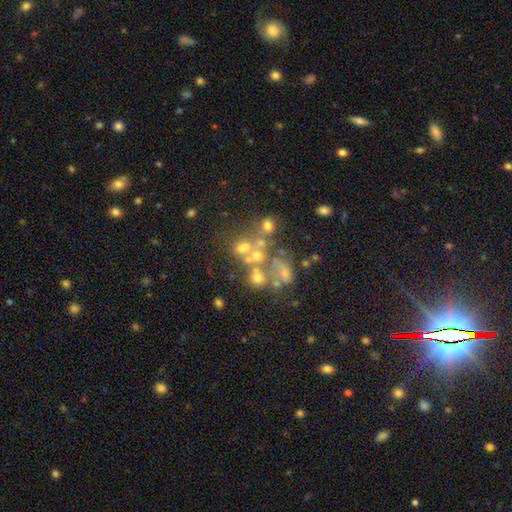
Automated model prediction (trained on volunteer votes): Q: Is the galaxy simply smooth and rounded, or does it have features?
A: featured or disk — 42%.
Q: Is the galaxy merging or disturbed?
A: none — 39%.